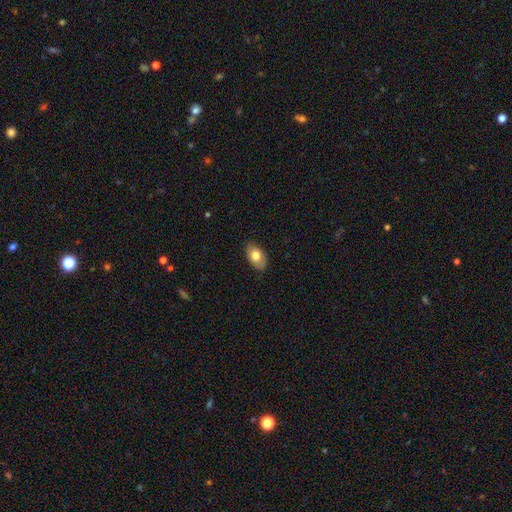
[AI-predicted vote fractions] smooth 77%, featured or disk 16%, star or artifact 7%. Down the decision tree: how rounded — in between (91%); merging — none (82%).